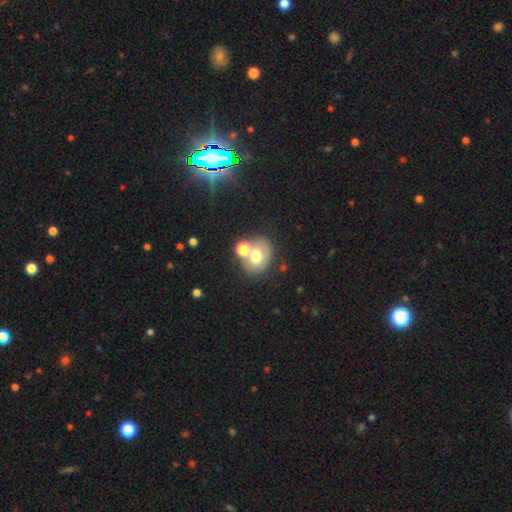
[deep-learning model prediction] A smooth galaxy with no disk features (60%) that is in between round and cigar-shaped (50%). Merging: none (47%).